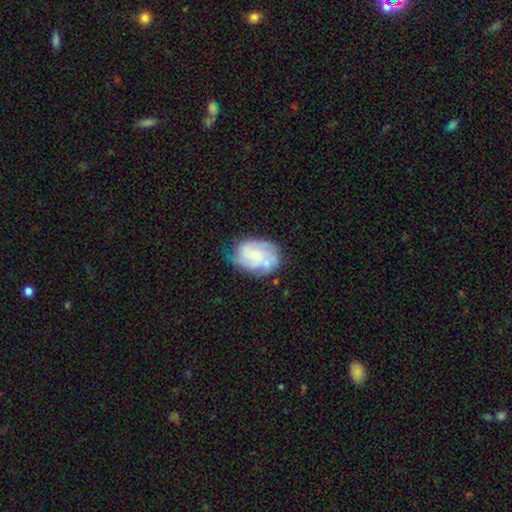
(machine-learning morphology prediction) This appears to be a featured or disk galaxy (54%) with no bar (70%), spiral arms (78%) and a small central bulge (46%). Merging: none (54%).